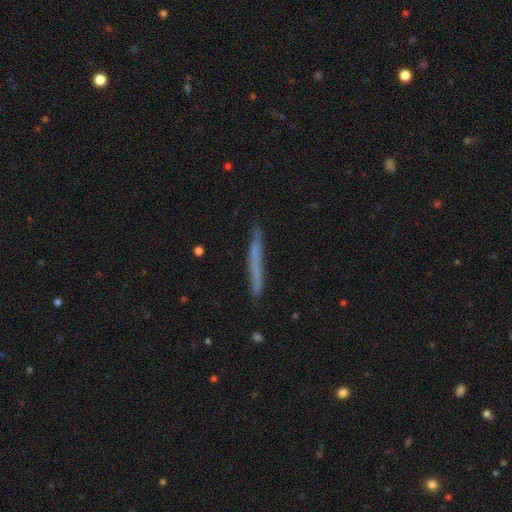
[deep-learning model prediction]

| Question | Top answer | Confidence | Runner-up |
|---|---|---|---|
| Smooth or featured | smooth | 55% | featured or disk (38%) |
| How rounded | cigar-shaped | 97% | in between (2%) |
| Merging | none | 87% | minor disturbance (10%) |